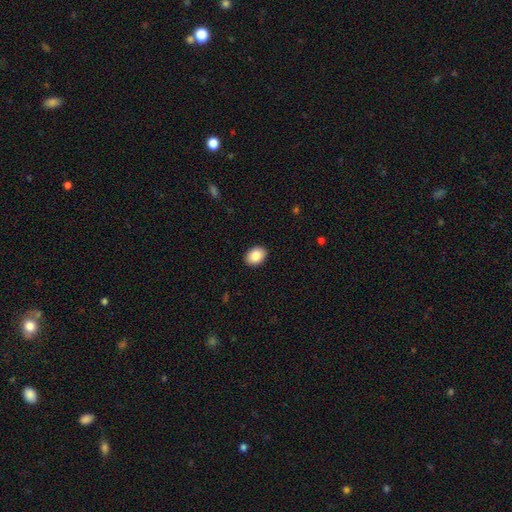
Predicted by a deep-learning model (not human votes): Smooth or featured? Predicted: smooth (p=0.86). How rounded? Predicted: in between (p=0.70). Merging? Predicted: none (p=0.91).